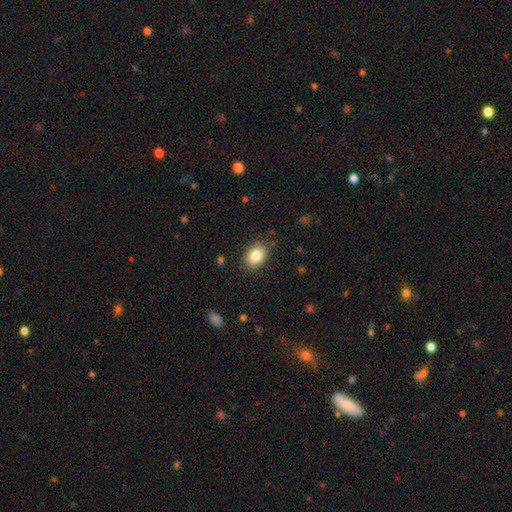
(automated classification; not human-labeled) smooth-or-featured: smooth: 84% | star or artifact: 8% | featured or disk: 8%
  how-rounded: in between: 73% | round: 26% | cigar-shaped: 1%
  merging: none: 85% | minor disturbance: 11% | major disturbance: 3% | merger: 1%